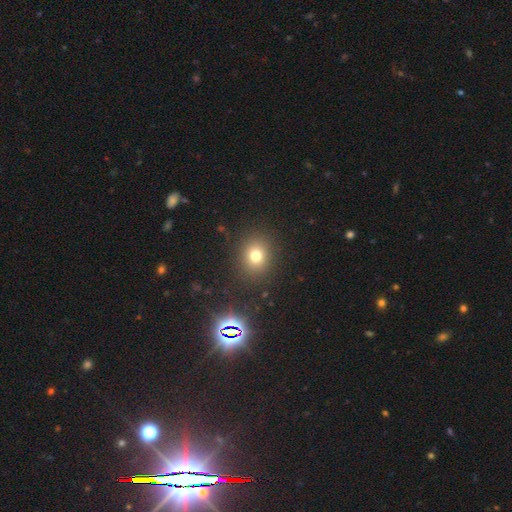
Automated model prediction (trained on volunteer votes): This is likely a smooth galaxy (74%). How rounded: likely round (70%). Merging: clearly none (87%).